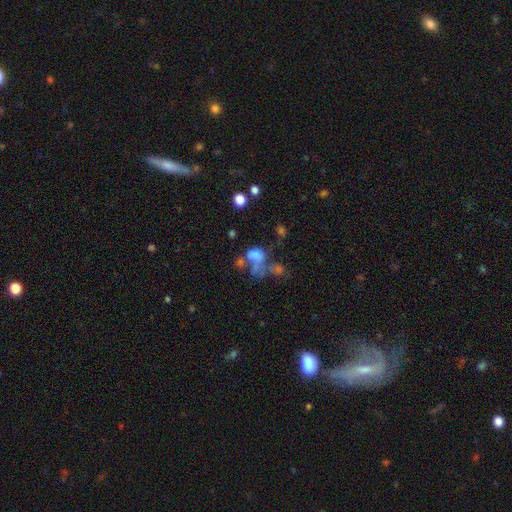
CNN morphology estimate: A smooth galaxy with no disk features (55%) that is in between round and cigar-shaped (71%). Merging: merger (46%).